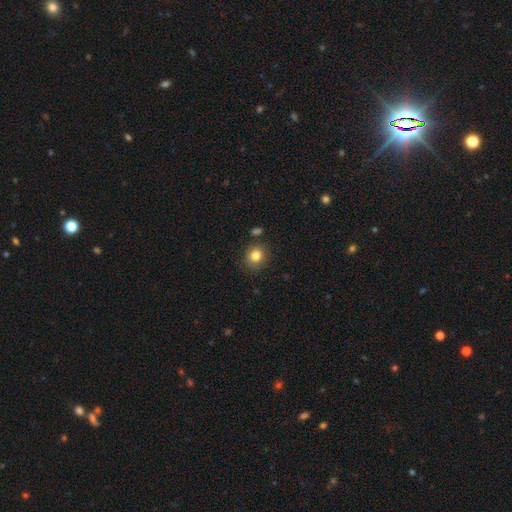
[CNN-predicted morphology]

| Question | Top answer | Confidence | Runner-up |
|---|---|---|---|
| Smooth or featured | smooth | 82% | star or artifact (11%) |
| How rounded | round | 82% | in between (17%) |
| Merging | none | 84% | minor disturbance (10%) |